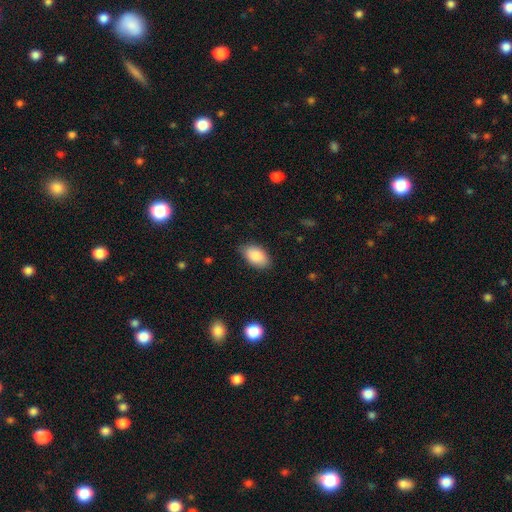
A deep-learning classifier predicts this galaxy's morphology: A smooth galaxy with no disk features (88%) that is in between round and cigar-shaped (93%). Merging: none (81%).